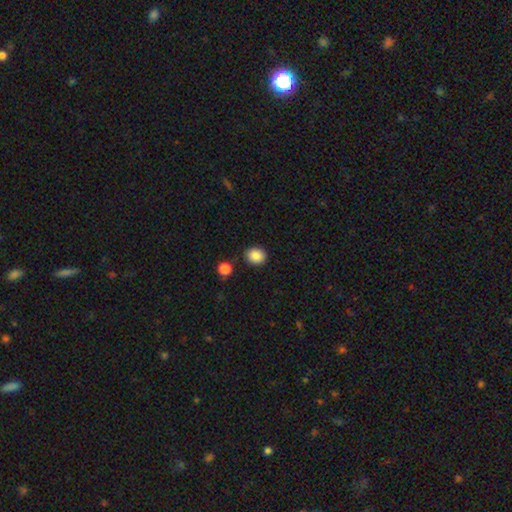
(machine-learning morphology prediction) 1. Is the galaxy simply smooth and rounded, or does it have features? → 87% smooth, 9% star or artifact, 4% featured or disk.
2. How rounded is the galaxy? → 72% round, 27% in between, 1% cigar-shaped.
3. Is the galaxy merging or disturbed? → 85% none, 9% minor disturbance, 4% merger, 2% major disturbance.